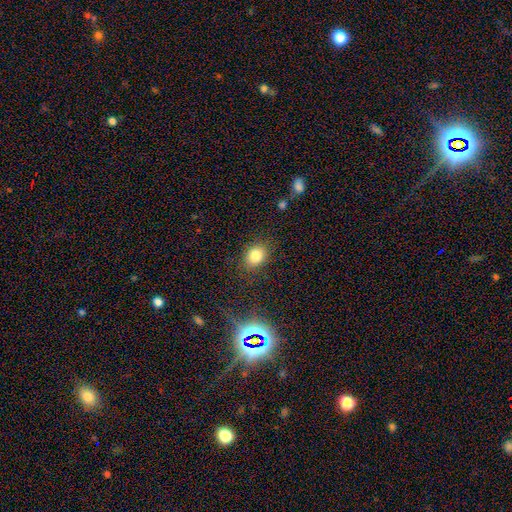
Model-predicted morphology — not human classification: smooth-or-featured: smooth: 80% | star or artifact: 13% | featured or disk: 7%
  how-rounded: in between: 49% (tied) | round: 49% (tied) | cigar-shaped: 1%
  merging: none: 84% | minor disturbance: 11% | major disturbance: 4% | merger: 2%